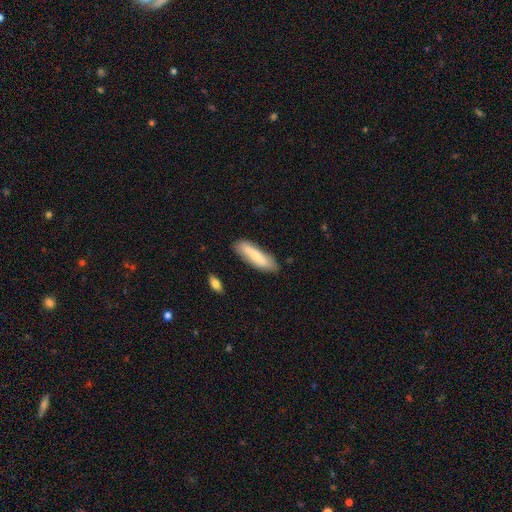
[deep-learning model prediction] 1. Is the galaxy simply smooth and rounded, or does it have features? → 73% smooth, 21% featured or disk, 6% star or artifact.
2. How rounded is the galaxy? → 64% cigar-shaped, 34% in between, 2% round.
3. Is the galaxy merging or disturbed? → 80% none, 15% minor disturbance, 3% major disturbance, 2% merger.